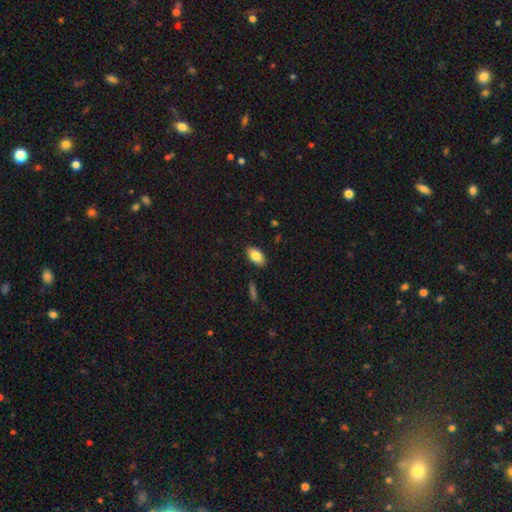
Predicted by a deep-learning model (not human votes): Smooth or featured?
  - smooth: 83% *
  - featured or disk: 10%
  - star or artifact: 7%
How rounded?
  - in between: 93% *
  - round: 5%
  - cigar-shaped: 2%
Merging?
  - none: 88% *
  - minor disturbance: 9%
  - major disturbance: 2%
  - merger: 1%